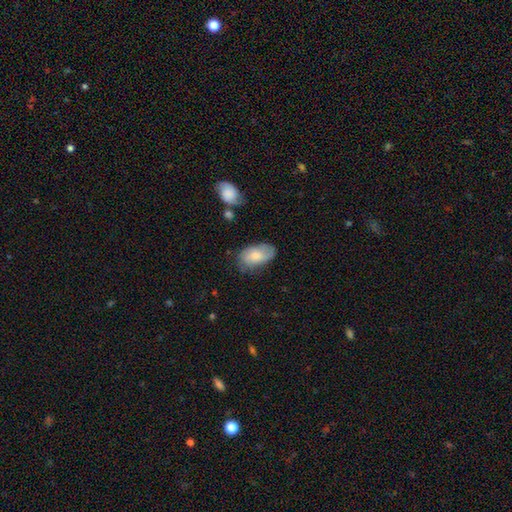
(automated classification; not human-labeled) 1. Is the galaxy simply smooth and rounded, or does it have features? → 72% smooth, 21% featured or disk, 6% star or artifact.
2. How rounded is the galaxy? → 93% in between, 5% round, 2% cigar-shaped.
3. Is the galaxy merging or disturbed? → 61% none, 28% minor disturbance, 8% major disturbance, 2% merger.